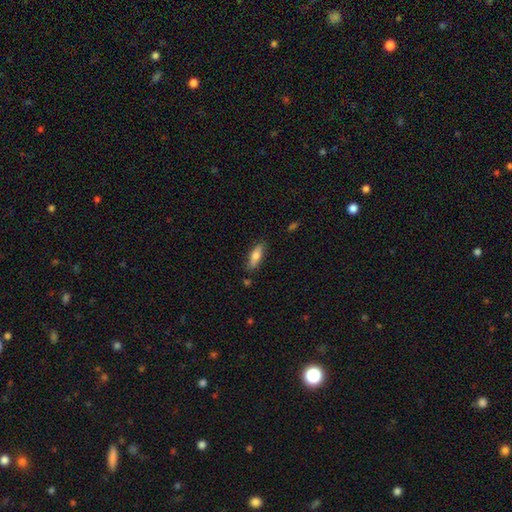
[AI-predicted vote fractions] smooth 72%, featured or disk 21%, star or artifact 6%. Down the decision tree: how rounded — in between (52%); merging — none (82%).